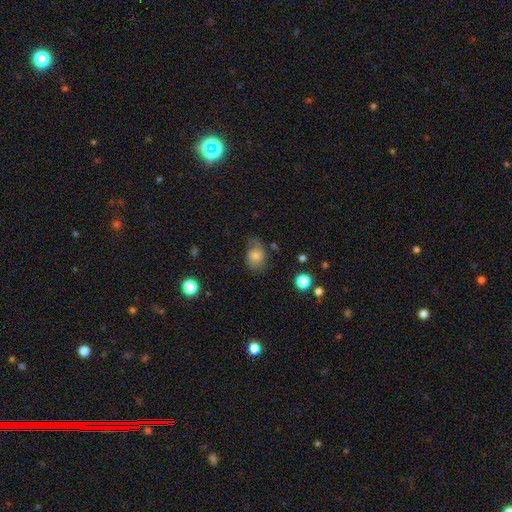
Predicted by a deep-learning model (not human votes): This appears to be a smooth galaxy with no disk features (65%) that is in between round and cigar-shaped (63%). Merging: none (52%).